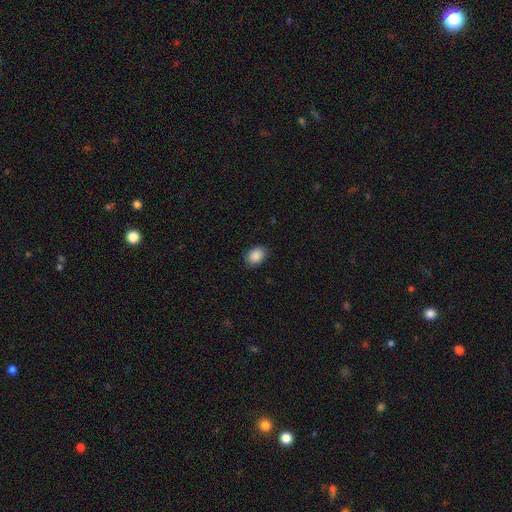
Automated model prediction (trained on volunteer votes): A smooth galaxy with no disk features (89%) that is in between round and cigar-shaped (69%).

Vote fractions:
- Smooth or featured? smooth: 89% / star or artifact: 8% / featured or disk: 3%
- How rounded? in between: 69% / round: 30% / cigar-shaped: 1%
- Merging? none: 86% / minor disturbance: 11% / major disturbance: 3% / merger: 1%